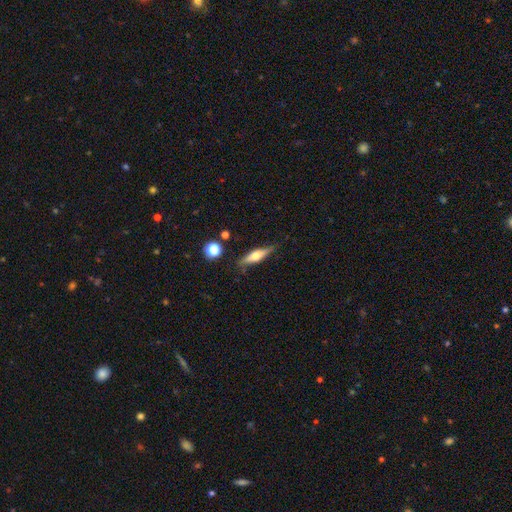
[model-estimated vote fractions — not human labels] Smooth or featured?
  - featured or disk: 53% *
  - smooth: 40%
  - star or artifact: 7%
Edge-on disk?
  - yes: 92% *
  - no: 8%
Merging?
  - none: 81% *
  - minor disturbance: 13%
  - major disturbance: 3%
  - merger: 3%